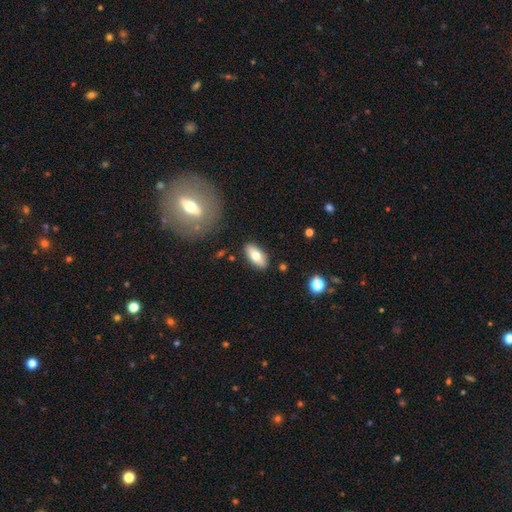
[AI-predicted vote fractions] smooth-or-featured: smooth: 73% | featured or disk: 21% | star or artifact: 7%
  how-rounded: in between: 87% | cigar-shaped: 10% | round: 3%
  merging: none: 86% | minor disturbance: 9% | major disturbance: 2% | merger: 2%